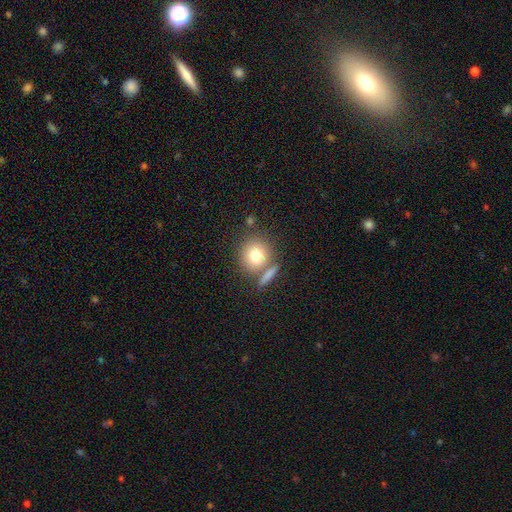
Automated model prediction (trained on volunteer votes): Smooth or featured?
  - smooth: 77% *
  - featured or disk: 13%
  - star or artifact: 10%
How rounded?
  - round: 85% *
  - in between: 14%
  - cigar-shaped: 2%
Merging?
  - none: 65% *
  - merger: 20%
  - minor disturbance: 11%
  - major disturbance: 5%